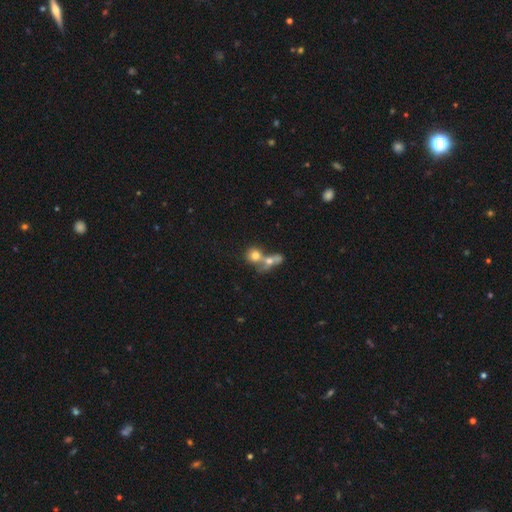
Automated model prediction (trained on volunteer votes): This is likely a smooth galaxy (69%). How rounded: likely round (73%). Merging: likely merger (63%).